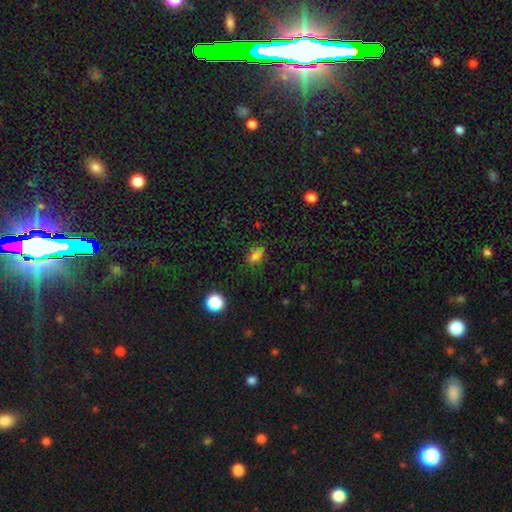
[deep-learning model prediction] Smooth or featured: smooth — 77% (star or artifact — 16%)
How rounded: in between — 76% (cigar-shaped — 12%)
Merging: none — 75% (minor disturbance — 17%)